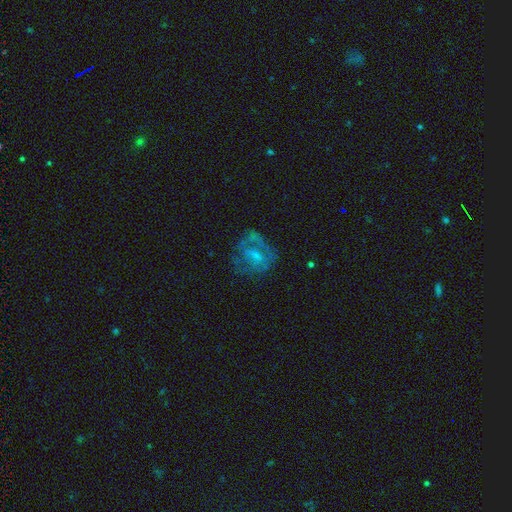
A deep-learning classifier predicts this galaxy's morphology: Overall: featured or disk (58%; smooth 32%). Edge-on disk: no (97%). Bar: no (54%; weak 37%). Spiral arms: no (54%; yes 46%). Bulge size: small (39%; moderate 28%). Merging: none (51%; major disturbance 26%).